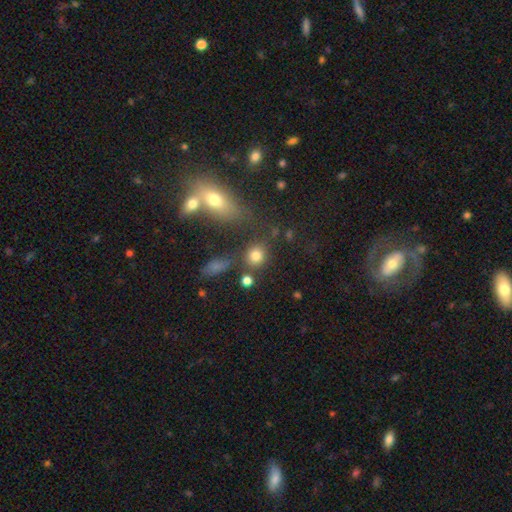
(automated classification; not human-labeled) Smooth or featured? smooth (80%)
How rounded? round (79%)
Merging? none (70%)